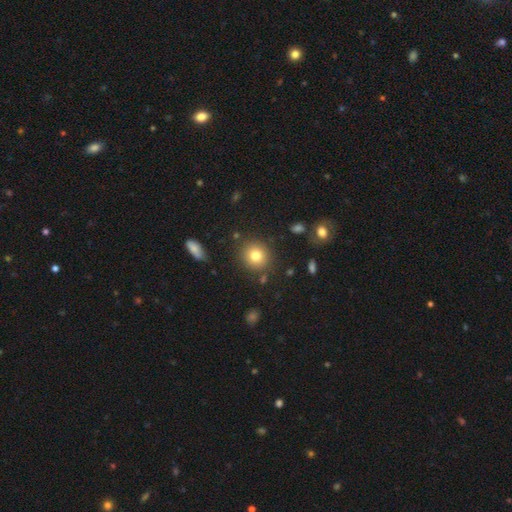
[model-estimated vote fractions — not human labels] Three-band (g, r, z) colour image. It shows a smooth galaxy with no disk features (79%) that is round (88%). Merging: none (87%).